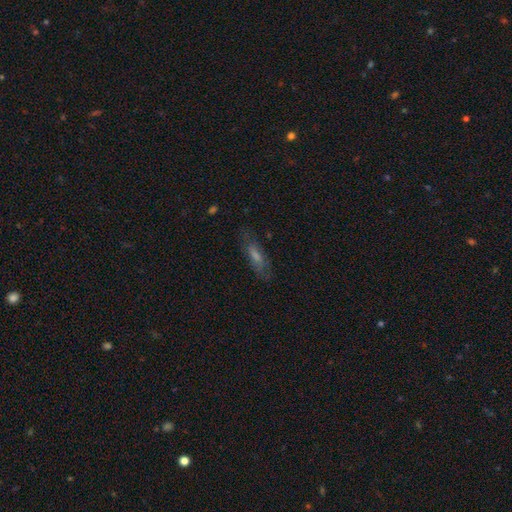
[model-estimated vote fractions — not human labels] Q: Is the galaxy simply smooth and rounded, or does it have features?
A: smooth — 43%.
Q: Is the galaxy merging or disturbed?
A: none — 78%.